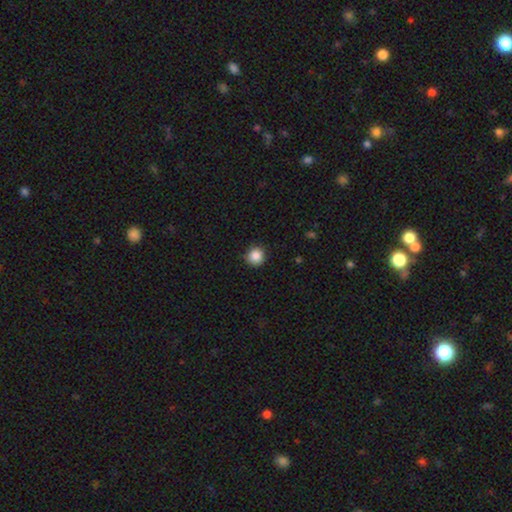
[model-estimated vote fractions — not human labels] This appears to be a smooth galaxy with no disk features (87%) that is round (94%). Merging: none (88%).